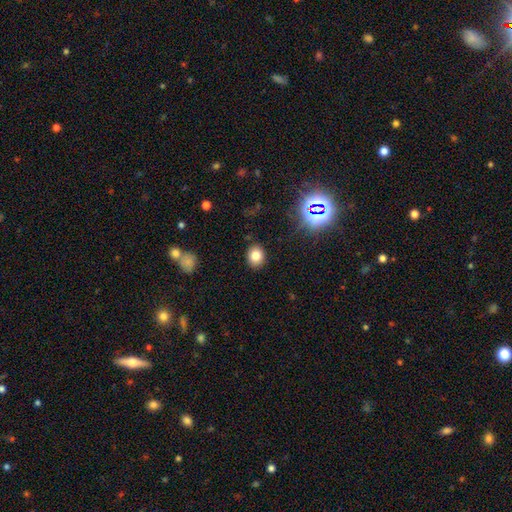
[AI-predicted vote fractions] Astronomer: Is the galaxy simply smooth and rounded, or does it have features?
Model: smooth — 79%.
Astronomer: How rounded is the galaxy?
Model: round — 55% (runner-up: in between, 44%).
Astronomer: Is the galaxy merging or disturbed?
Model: none — 89%.